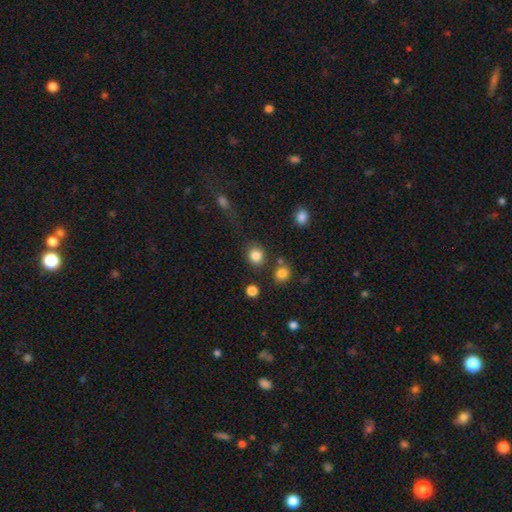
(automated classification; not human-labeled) Smooth or featured: smooth — 83% (star or artifact — 11%)
How rounded: round — 84% (in between — 15%)
Merging: none — 80% (minor disturbance — 9%)